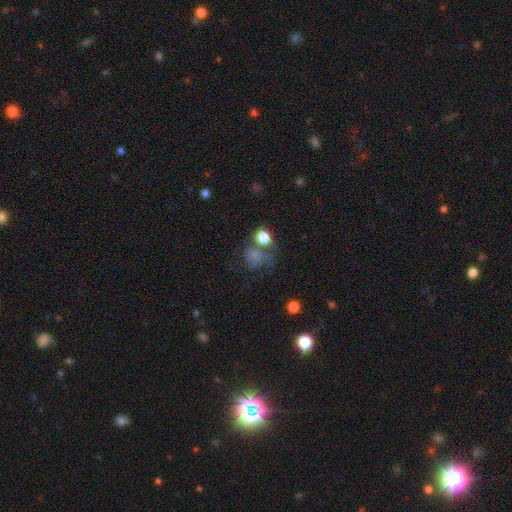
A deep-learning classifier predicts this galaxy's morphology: This appears to be a smooth galaxy with no disk features (67%) that is round (70%). Merging: none (41%).